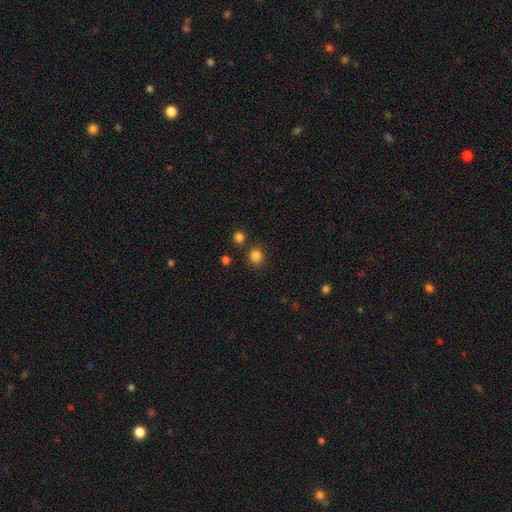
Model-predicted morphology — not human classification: Smooth or featured? smooth (84%)
How rounded? round (88%)
Merging? none (83%)